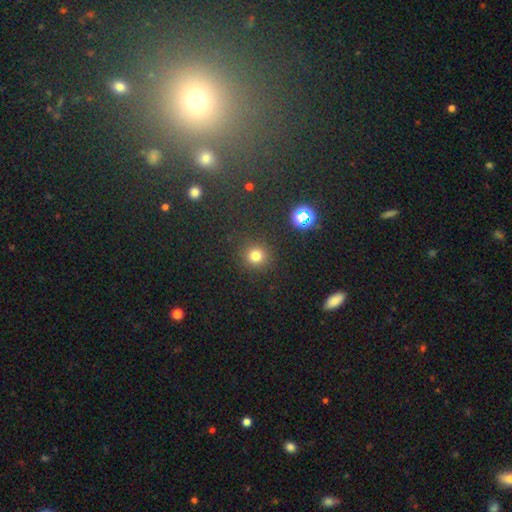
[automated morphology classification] Smooth or featured: smooth — 76% (star or artifact — 19%)
How rounded: round — 92% (in between — 7%)
Merging: none — 88% (minor disturbance — 7%)